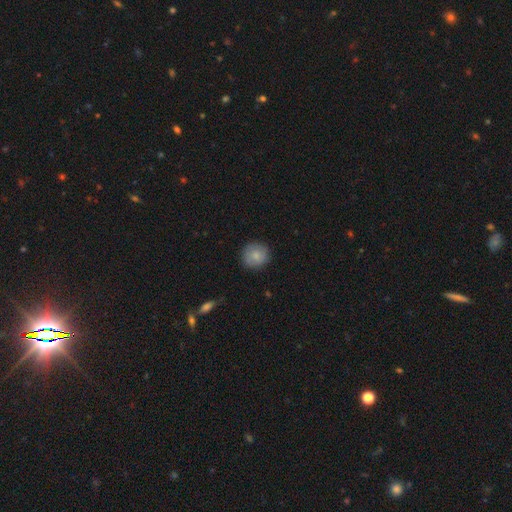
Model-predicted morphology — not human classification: A smooth galaxy with no disk features (80%) that is round (90%).

Vote fractions:
- Smooth or featured? smooth: 80% / featured or disk: 13% / star or artifact: 7%
- How rounded? round: 90% / in between: 9% / cigar-shaped: 1%
- Merging? none: 83% / minor disturbance: 13% / major disturbance: 3% / merger: 1%